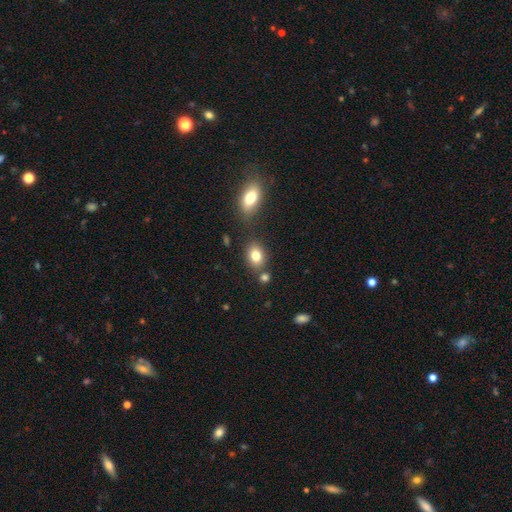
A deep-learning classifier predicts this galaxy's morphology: Smooth or featured? smooth (81%)
How rounded? in between (67%)
Merging? none (69%)